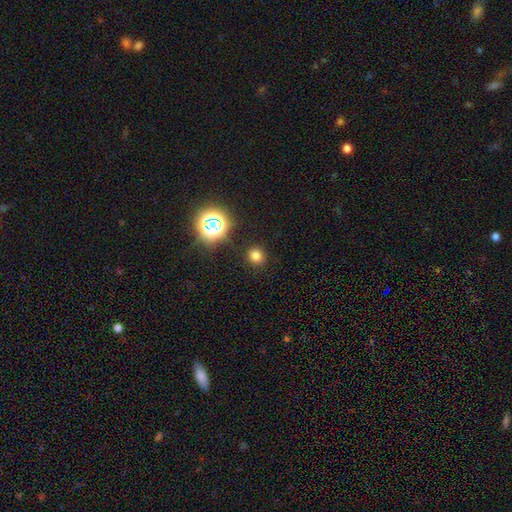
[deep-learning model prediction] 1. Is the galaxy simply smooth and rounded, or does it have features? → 76% smooth, 19% star or artifact, 5% featured or disk.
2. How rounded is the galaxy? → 87% round, 12% in between, 1% cigar-shaped.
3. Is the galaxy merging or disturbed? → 89% none, 7% minor disturbance, 3% major disturbance, 2% merger.